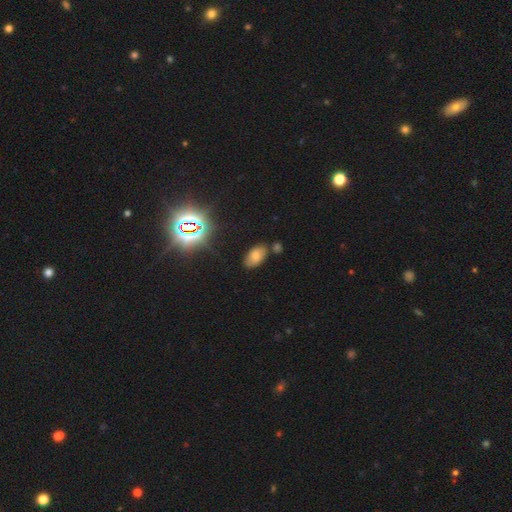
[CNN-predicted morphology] A smooth galaxy with no disk features (62%) that is in between round and cigar-shaped (92%).

Vote fractions:
- Smooth or featured? smooth: 62% / star or artifact: 22% / featured or disk: 16%
- How rounded? in between: 92% / round: 6% / cigar-shaped: 2%
- Merging? none: 75% / minor disturbance: 14% / merger: 7% / major disturbance: 3%